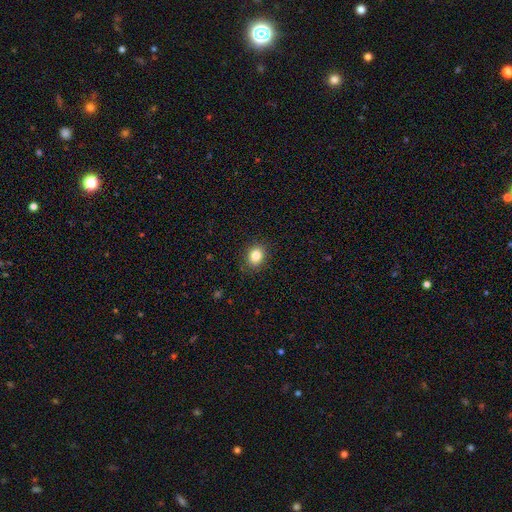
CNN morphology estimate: smooth 83%, star or artifact 11%, featured or disk 6%. Down the decision tree: how rounded — round (59%); merging — none (88%).